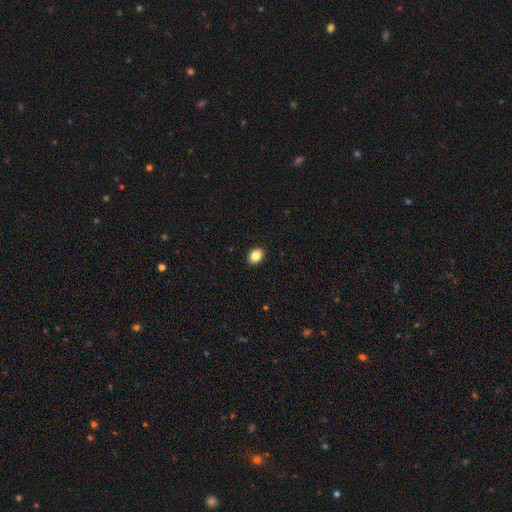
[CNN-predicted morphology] Q: Smooth or featured?
A: smooth (86%); runner-up: star or artifact (9%)
Q: How rounded?
A: in between (61%); runner-up: round (38%)
Q: Merging?
A: none (91%); runner-up: minor disturbance (6%)